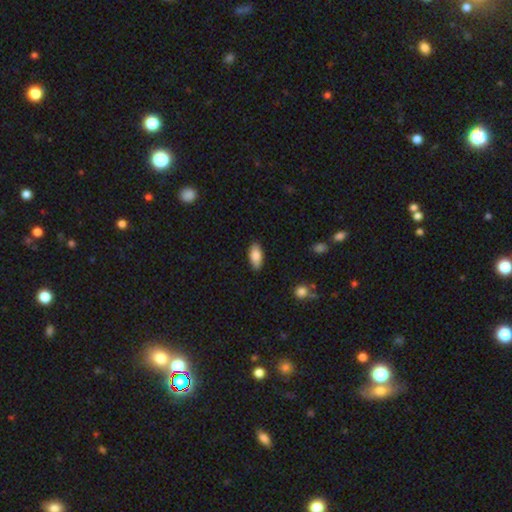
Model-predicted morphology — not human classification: Q: Smooth or featured?
A: smooth (85%); runner-up: featured or disk (9%)
Q: How rounded?
A: in between (89%); runner-up: cigar-shaped (9%)
Q: Merging?
A: none (83%); runner-up: minor disturbance (13%)